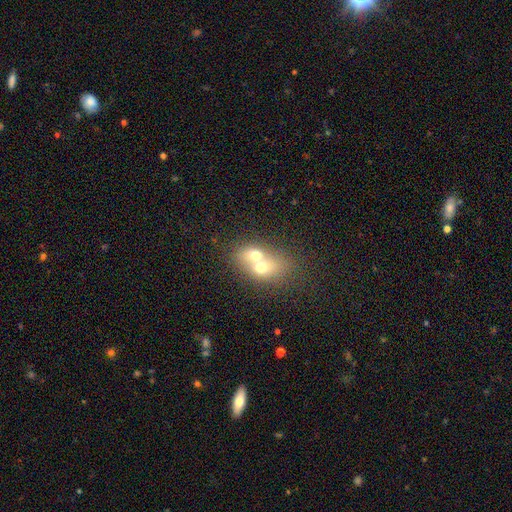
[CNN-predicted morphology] smooth_or_featured: smooth (p=0.61) [alt: featured or disk p=0.29]
how_rounded: in between (p=0.63) [alt: round p=0.35]
merging: merger (p=0.78) [alt: none p=0.15]